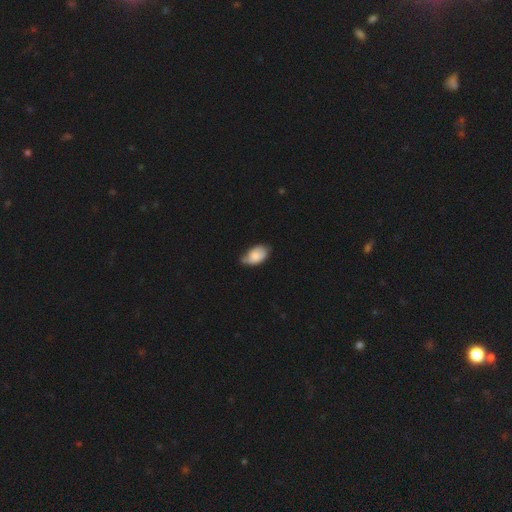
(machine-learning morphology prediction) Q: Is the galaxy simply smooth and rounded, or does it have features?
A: smooth — 75%.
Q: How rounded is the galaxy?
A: in between — 92%.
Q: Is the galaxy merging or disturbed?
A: none — 45%, tied with minor disturbance.